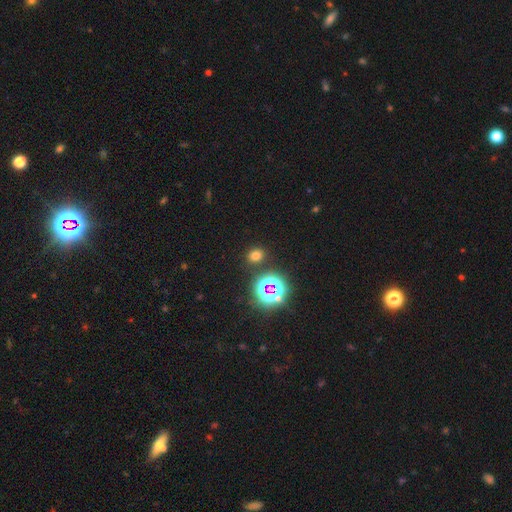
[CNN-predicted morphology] smooth 67%, star or artifact 28%, featured or disk 6%. Down the decision tree: how rounded — round (65%); merging — none (86%).